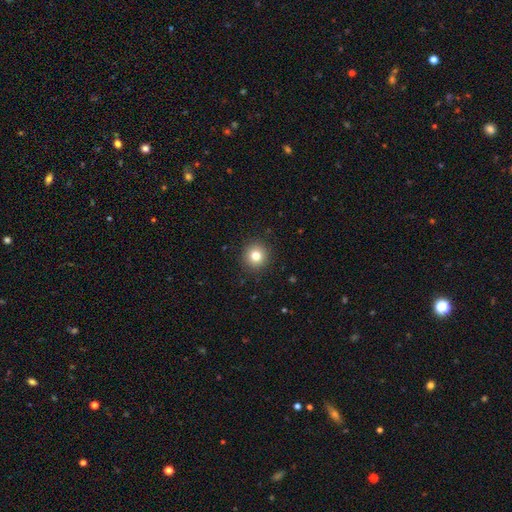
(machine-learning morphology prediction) This is likely a smooth galaxy (80%). How rounded: clearly round (94%). Merging: clearly none (92%).